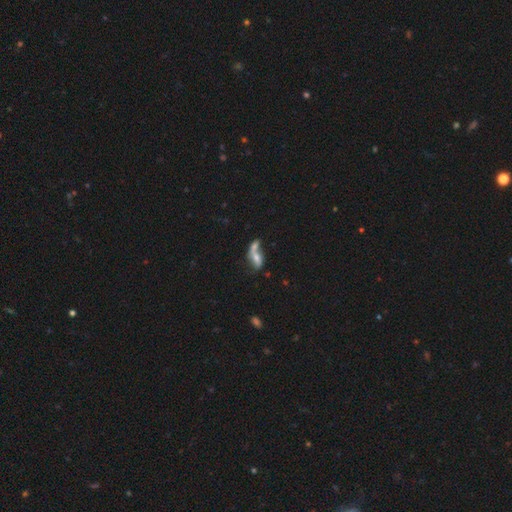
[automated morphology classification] Smooth or featured?
  - smooth: 48% *
  - featured or disk: 40%
  - star or artifact: 11%
Merging?
  - merger: 58% *
  - none: 23%
  - minor disturbance: 10%
  - major disturbance: 9%